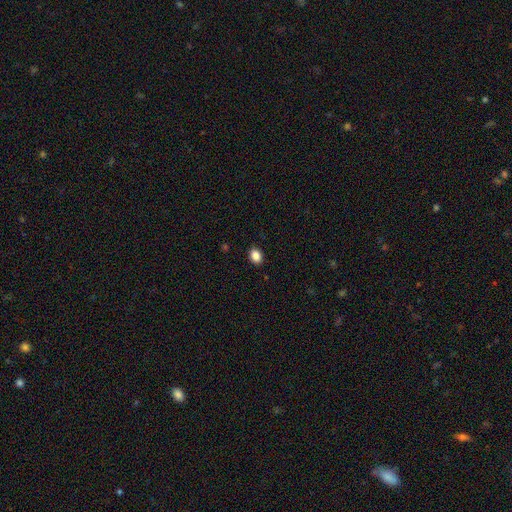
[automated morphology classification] This is clearly a smooth galaxy (86%). How rounded: likely in between (69%). Merging: clearly none (90%).